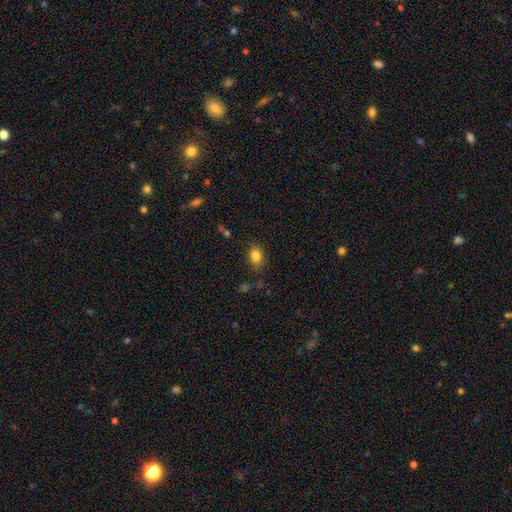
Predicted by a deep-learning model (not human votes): smooth 84%, star or artifact 10%, featured or disk 6%. Down the decision tree: how rounded — in between (71%); merging — none (83%).